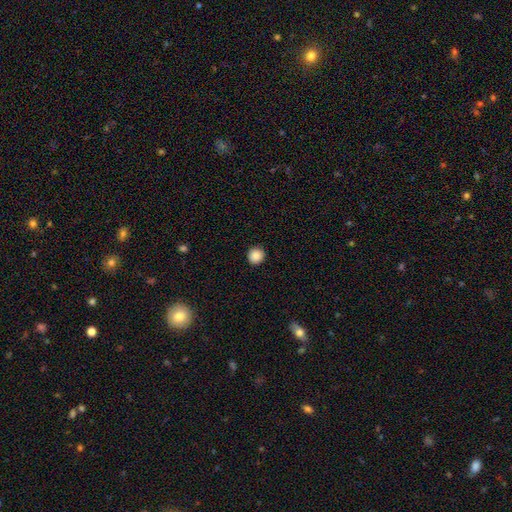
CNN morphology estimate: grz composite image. It shows a smooth galaxy with no disk features (88%) that is round (93%). Merging: none (91%).